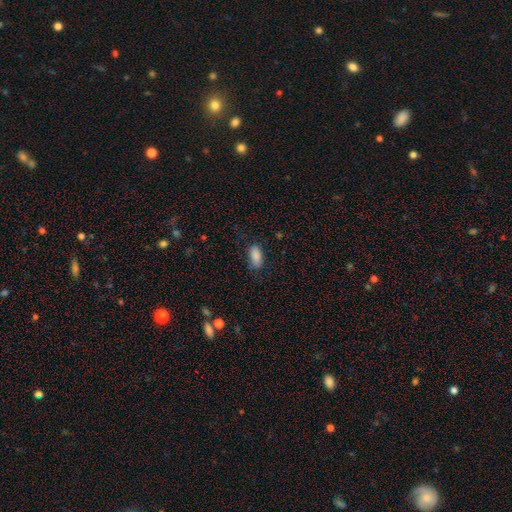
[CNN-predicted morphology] smooth 88%, star or artifact 8%, featured or disk 4%. Down the decision tree: how rounded — in between (92%); merging — none (79%).